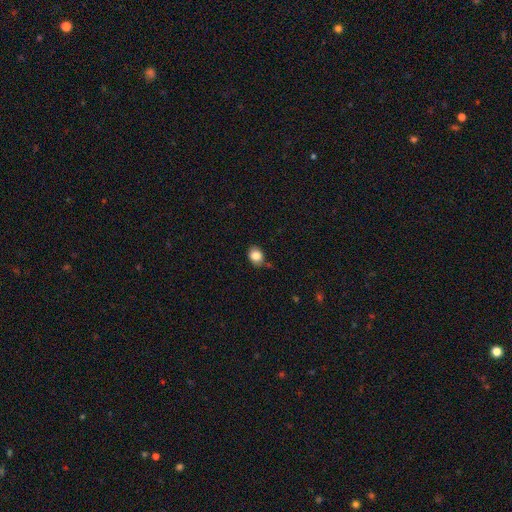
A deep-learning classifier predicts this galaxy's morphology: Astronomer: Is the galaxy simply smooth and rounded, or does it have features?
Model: smooth — 83%.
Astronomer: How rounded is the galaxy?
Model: in between — 51% (runner-up: round, 48%).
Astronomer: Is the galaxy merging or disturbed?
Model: none — 76%.